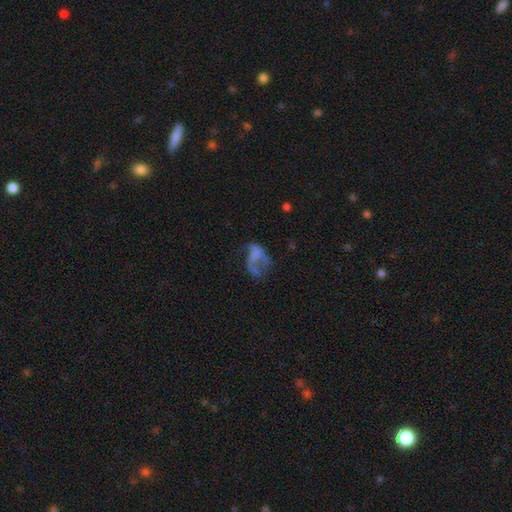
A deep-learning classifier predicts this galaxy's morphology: This appears to be a featured or disk galaxy (50%). Merging: major disturbance (47%).